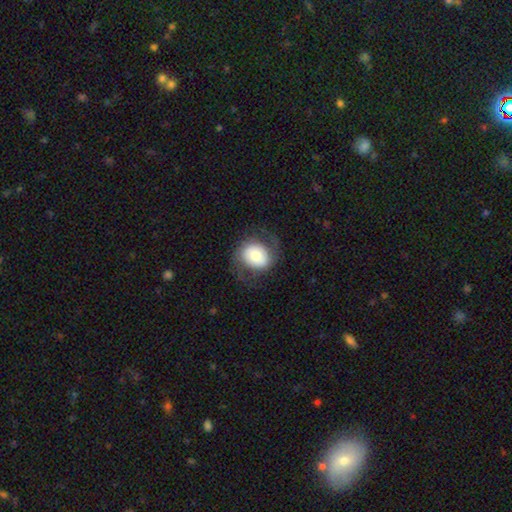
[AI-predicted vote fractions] A smooth galaxy with no disk features (57%) that is round (61%).

Vote fractions:
- Smooth or featured? smooth: 57% / featured or disk: 36% / star or artifact: 8%
- How rounded? round: 61% / in between: 38% / cigar-shaped: 1%
- Merging? none: 67% / minor disturbance: 18% / major disturbance: 14% / merger: 1%